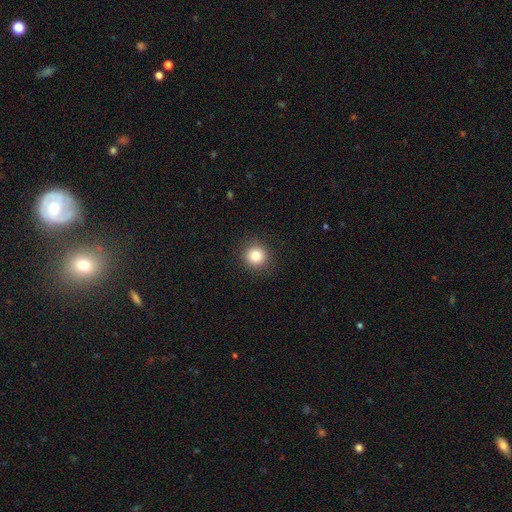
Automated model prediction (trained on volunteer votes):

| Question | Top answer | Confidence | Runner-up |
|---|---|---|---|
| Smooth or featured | smooth | 82% | star or artifact (11%) |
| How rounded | round | 93% | in between (6%) |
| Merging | none | 91% | minor disturbance (6%) |